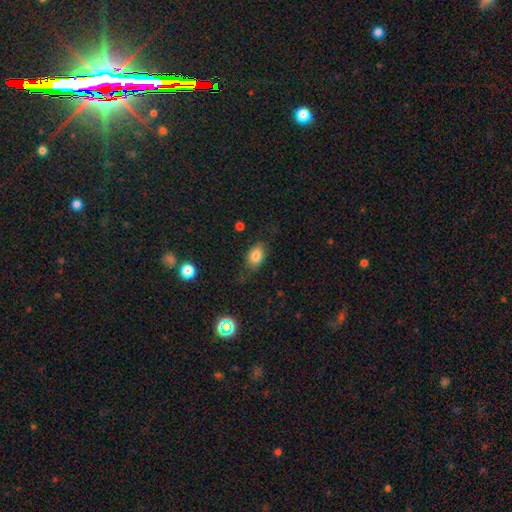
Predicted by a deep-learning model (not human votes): A smooth galaxy with no disk features (81%) that is in between round and cigar-shaped (82%). Merging: none (74%).